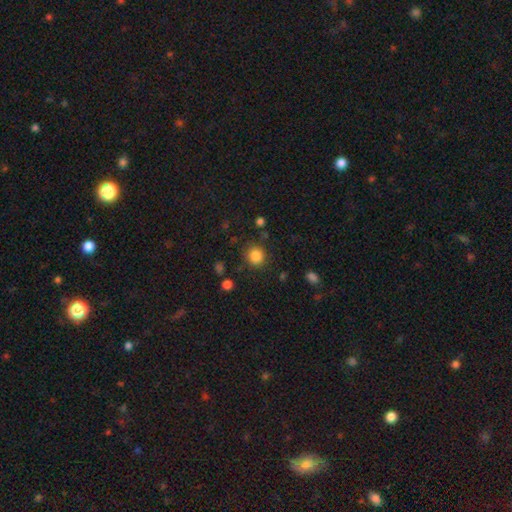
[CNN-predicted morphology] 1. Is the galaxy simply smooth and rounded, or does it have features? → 85% smooth, 11% star or artifact, 4% featured or disk.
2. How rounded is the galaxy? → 90% round, 9% in between, 1% cigar-shaped.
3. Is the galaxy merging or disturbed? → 85% none, 9% minor disturbance, 3% major disturbance, 3% merger.